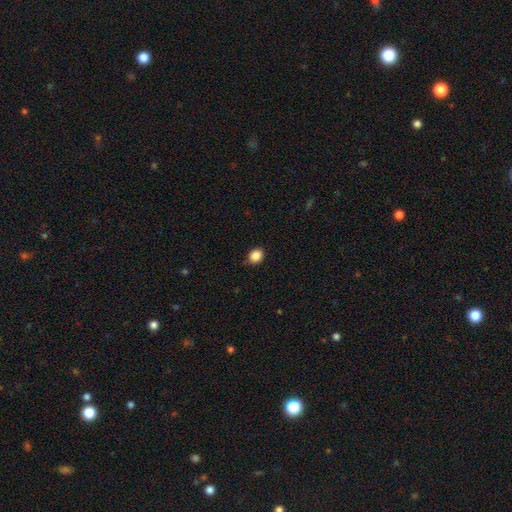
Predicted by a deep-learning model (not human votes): smooth 87%, star or artifact 10%, featured or disk 3%. Down the decision tree: how rounded — round (61%); merging — none (84%).